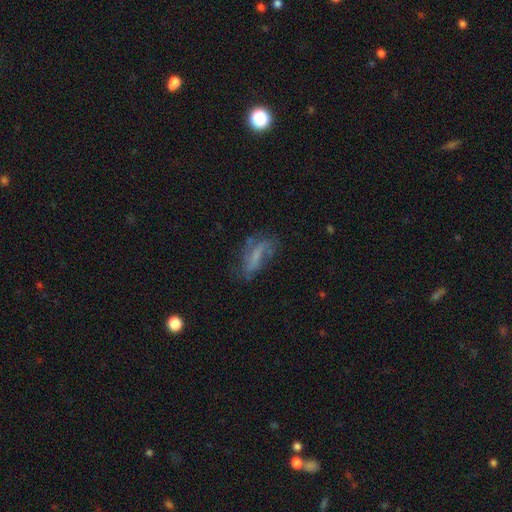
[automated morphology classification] type=featured or disk (51%); edge-on=no (85%); merging=none (50%).